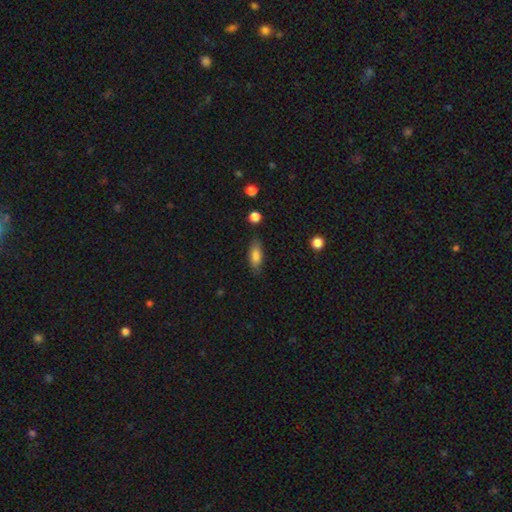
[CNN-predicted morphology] Smooth or featured: smooth — 81% (featured or disk — 12%)
How rounded: in between — 71% (cigar-shaped — 26%)
Merging: none — 82% (minor disturbance — 13%)